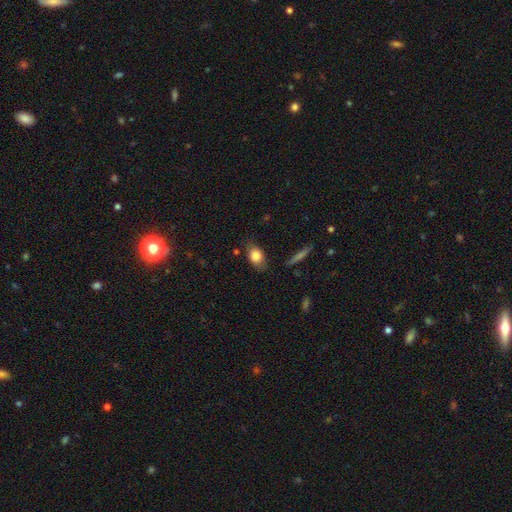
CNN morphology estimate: A smooth galaxy with no disk features (82%) that is in between round and cigar-shaped (77%). Merging: none (74%).